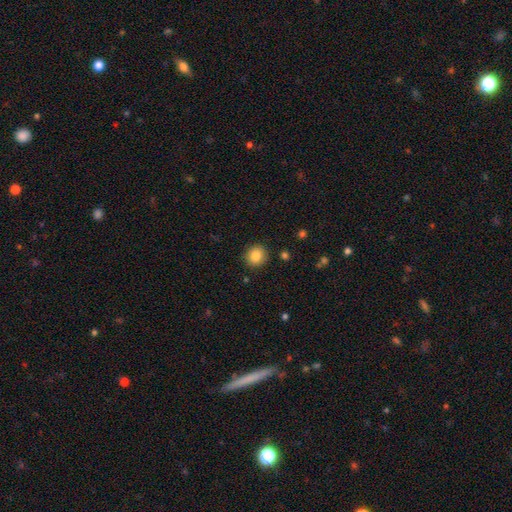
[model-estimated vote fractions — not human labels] smooth-or-featured: smooth: 85% | star or artifact: 9% | featured or disk: 6%
  how-rounded: round: 87% | in between: 12% | cigar-shaped: 1%
  merging: none: 90% | minor disturbance: 7% | major disturbance: 2% | merger: 1%